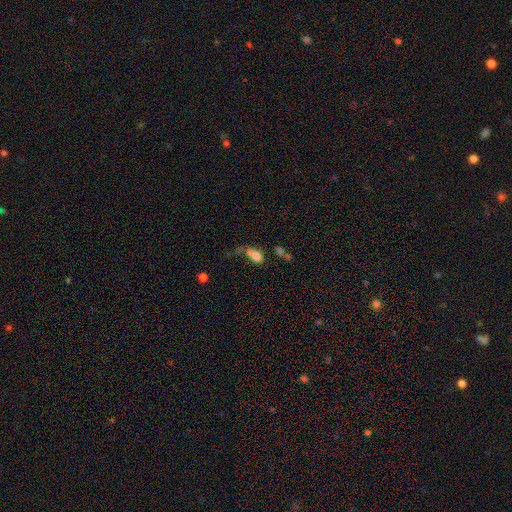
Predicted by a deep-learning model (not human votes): Smooth or featured: smooth — 71% (featured or disk — 16%)
How rounded: in between — 69% (round — 29%)
Merging: merger — 39% (none — 25%)